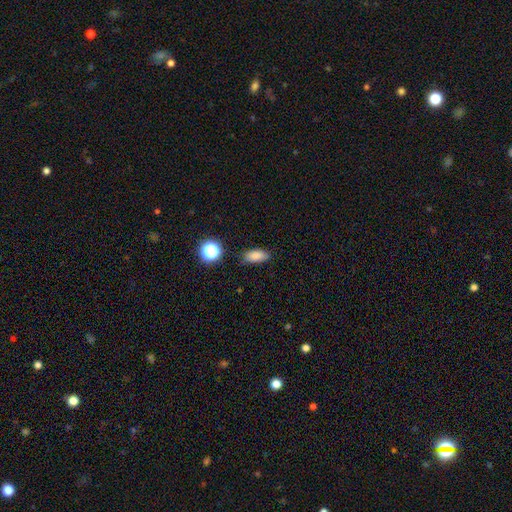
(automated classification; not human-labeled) Q: Smooth or featured?
A: smooth (82%); runner-up: star or artifact (12%)
Q: How rounded?
A: in between (83%); runner-up: cigar-shaped (9%)
Q: Merging?
A: none (77%); runner-up: minor disturbance (17%)